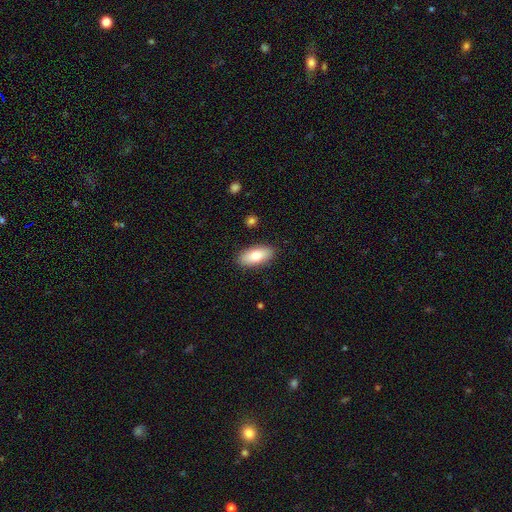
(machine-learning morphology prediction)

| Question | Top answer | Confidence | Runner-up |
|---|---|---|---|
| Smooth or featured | smooth | 77% | featured or disk (17%) |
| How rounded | in between | 87% | cigar-shaped (10%) |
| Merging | none | 88% | minor disturbance (8%) |